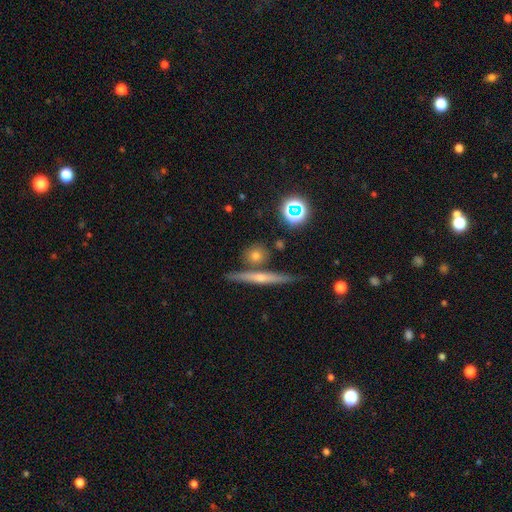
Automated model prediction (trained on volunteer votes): A smooth galaxy with no disk features (64%) that is round (65%).

Vote fractions:
- Smooth or featured? smooth: 64% / featured or disk: 23% / star or artifact: 13%
- How rounded? round: 65% / cigar-shaped: 20% / in between: 15%
- Merging? none: 74% / merger: 13% / minor disturbance: 10% / major disturbance: 3%